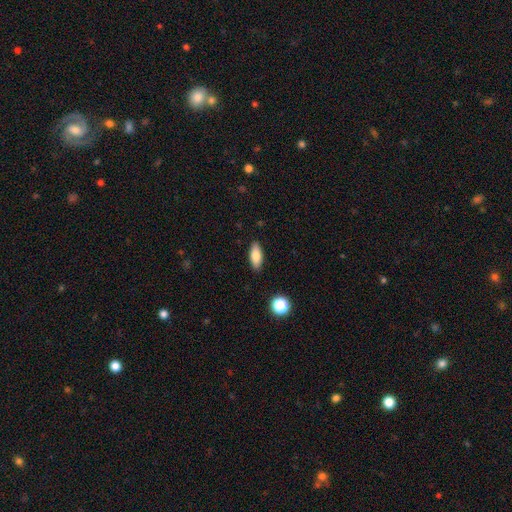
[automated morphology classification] Overall: smooth (81%). How rounded: in between (80%). Merging: none (88%).